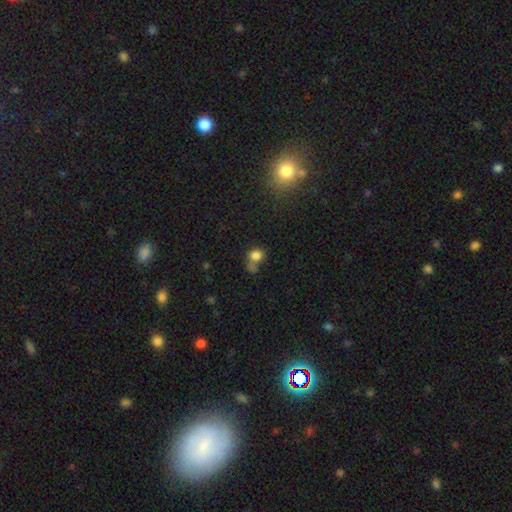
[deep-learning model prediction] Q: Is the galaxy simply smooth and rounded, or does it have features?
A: smooth — 80%.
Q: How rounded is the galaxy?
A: round — 77%.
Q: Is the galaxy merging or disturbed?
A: none — 47%.